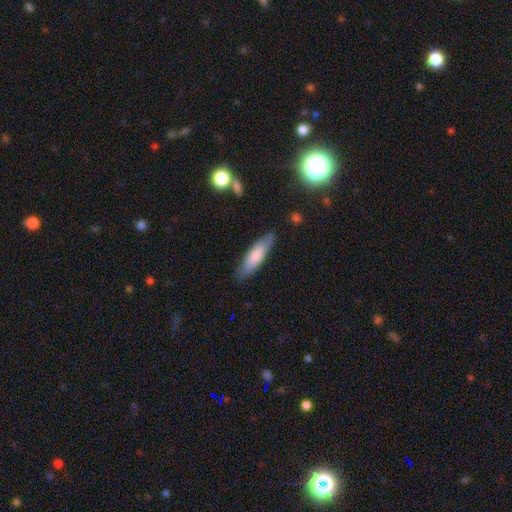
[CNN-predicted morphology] Overall: smooth (73%). How rounded: cigar-shaped (61%; in between 38%). Merging: none (82%).